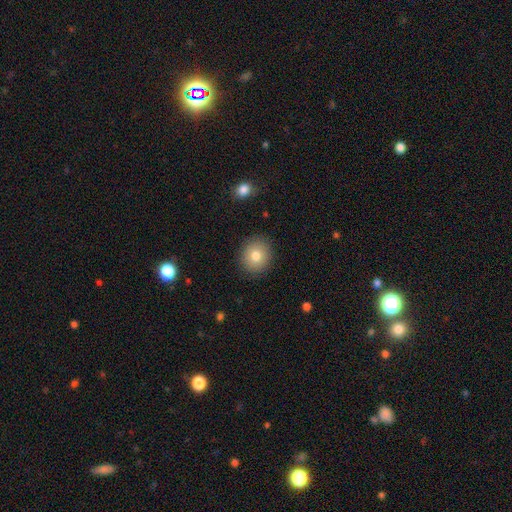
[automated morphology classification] Smooth or featured? Predicted: smooth (p=0.80). How rounded? Predicted: round (p=0.80). Merging? Predicted: none (p=0.89).